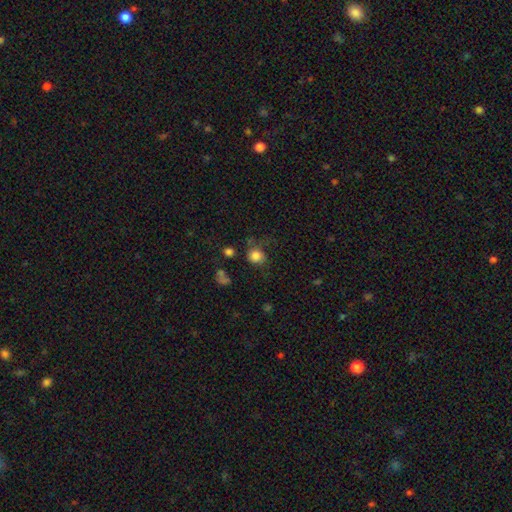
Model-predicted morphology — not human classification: This appears to be a smooth galaxy with no disk features (82%) that is round (81%). Merging: none (60%).